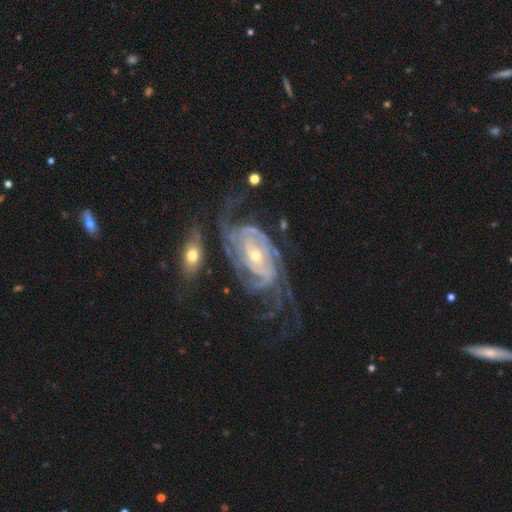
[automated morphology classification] smooth_or_featured: featured or disk (p=0.92) [alt: star or artifact p=0.05]
disk_edge_on: no (p=0.96) [alt: yes p=0.04]
bar: no (p=0.52) [alt: weak p=0.31]
has_spiral_arms: yes (p=0.97) [alt: no p=0.03]
spiral_winding: tight (p=0.58) [alt: medium p=0.32]
spiral_arm_count: 2 (p=0.24) [alt: 3 p=0.23]
bulge_size: small (p=0.57) [alt: moderate p=0.39]
merging: none (p=0.50) [alt: major disturbance p=0.24]